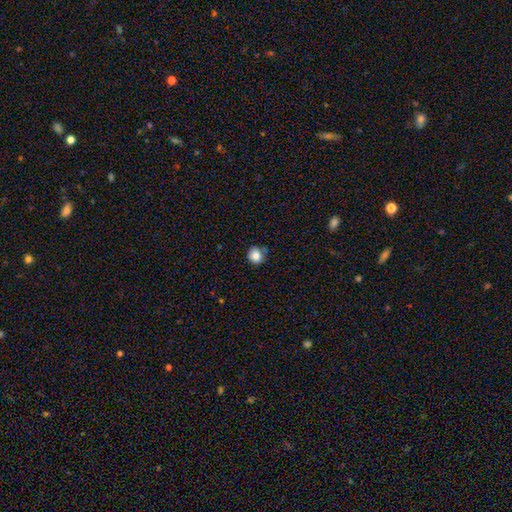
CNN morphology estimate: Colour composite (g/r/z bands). It shows a smooth galaxy with no disk features (84%) that is round (86%). Merging: none (75%).